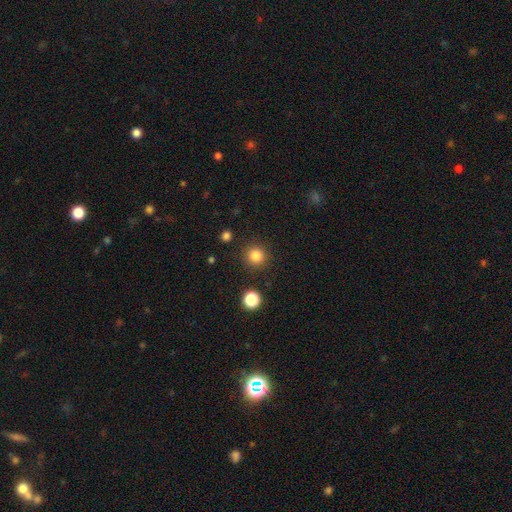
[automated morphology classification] A smooth galaxy with no disk features (84%) that is round (93%). Merging: none (89%).